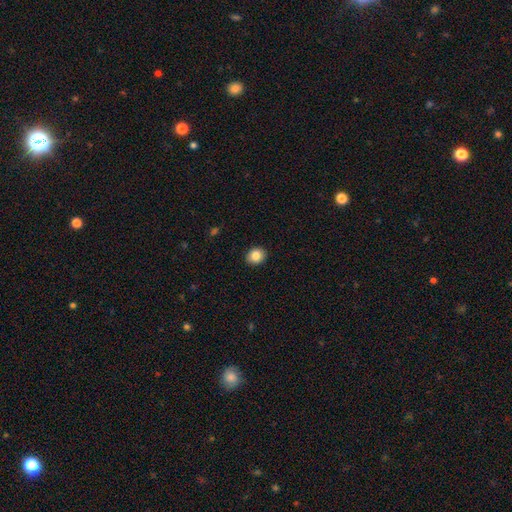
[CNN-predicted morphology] Smooth or featured: smooth — 85% (star or artifact — 9%)
How rounded: round — 72% (in between — 27%)
Merging: none — 91% (minor disturbance — 6%)